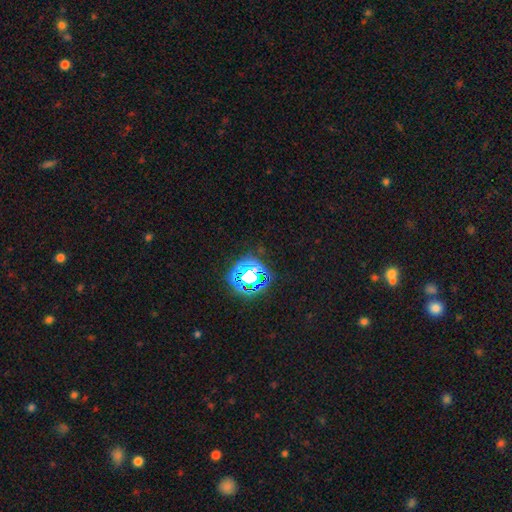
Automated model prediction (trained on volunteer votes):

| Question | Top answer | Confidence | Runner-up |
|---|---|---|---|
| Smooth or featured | star or artifact | 78% | smooth (16%) |